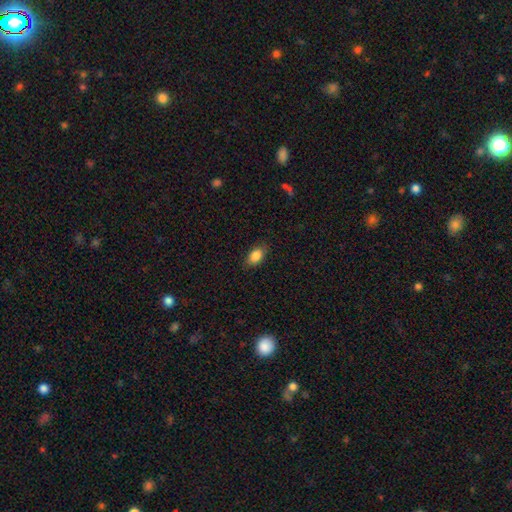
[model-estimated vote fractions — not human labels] A smooth galaxy with no disk features (86%) that is in between round and cigar-shaped (87%). Merging: none (84%).